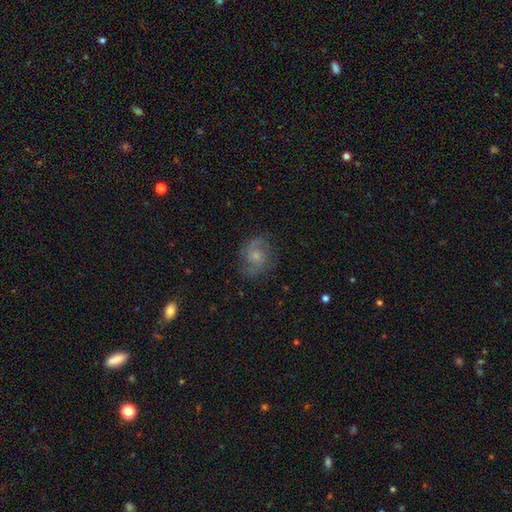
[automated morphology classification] smooth-or-featured: featured or disk: 62% | smooth: 28% | star or artifact: 10%
  disk-edge-on: no: 97% | yes: 3%
    bar: no: 67% | weak: 28% | strong: 4%
    has-spiral-arms: yes: 90% | no: 10%
      spiral-winding: medium: 50% | tight: 29% | loose: 22%
      spiral-arm-count: 2: 82% | can't tell: 10% | 3: 3% | 1: 2% | 4: 1% | more than 4: 1%
    bulge-size: small: 49% | moderate: 38% | none: 7% | large: 4% | dominant: 1%
  merging: none: 76% | minor disturbance: 16% | major disturbance: 7% | merger: 1%